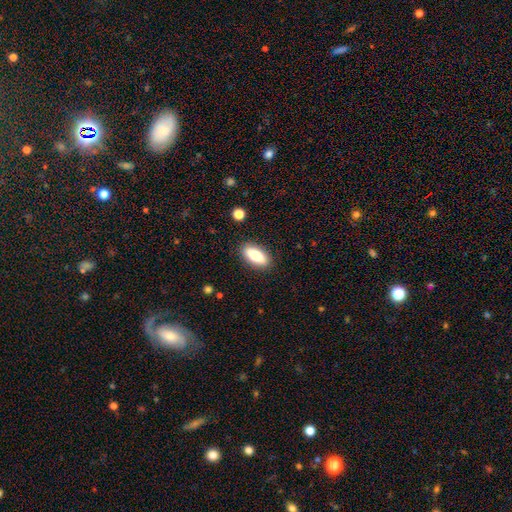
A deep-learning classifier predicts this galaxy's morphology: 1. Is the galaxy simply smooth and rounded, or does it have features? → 73% smooth, 20% featured or disk, 7% star or artifact.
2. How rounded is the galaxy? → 75% in between, 22% cigar-shaped, 3% round.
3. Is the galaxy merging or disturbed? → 88% none, 9% minor disturbance, 2% major disturbance, 1% merger.